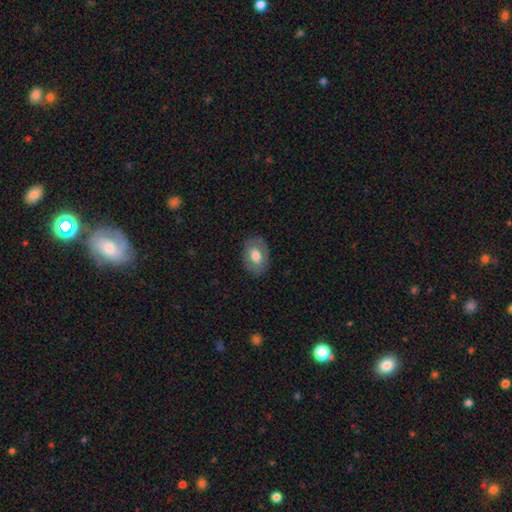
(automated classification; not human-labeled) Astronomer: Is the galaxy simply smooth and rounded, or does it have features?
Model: smooth — 67%.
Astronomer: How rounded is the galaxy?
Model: in between — 83%.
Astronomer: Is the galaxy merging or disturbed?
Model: none — 84%.